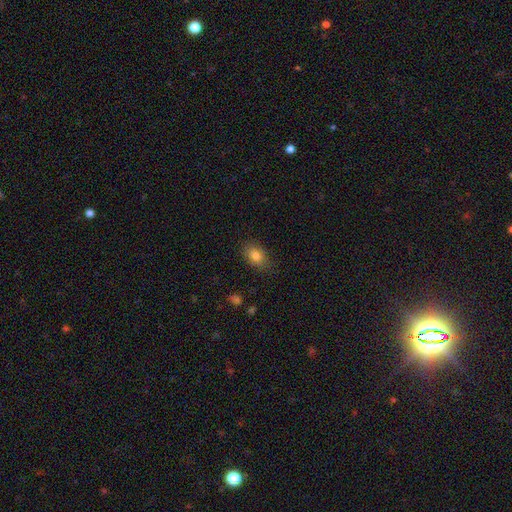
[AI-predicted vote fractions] This is clearly a smooth galaxy (83%). How rounded: clearly in between (80%). Merging: clearly none (82%).